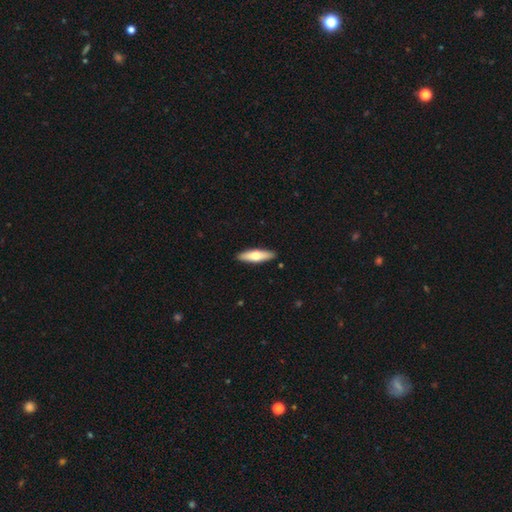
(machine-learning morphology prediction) This is likely a smooth galaxy (64%). How rounded: likely cigar-shaped (62%). Merging: clearly none (90%).